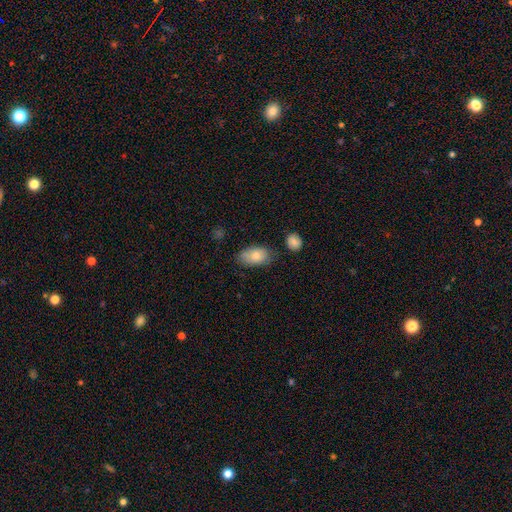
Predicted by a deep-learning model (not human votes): smooth 80%, featured or disk 13%, star or artifact 7%. Down the decision tree: how rounded — in between (90%); merging — none (66%).